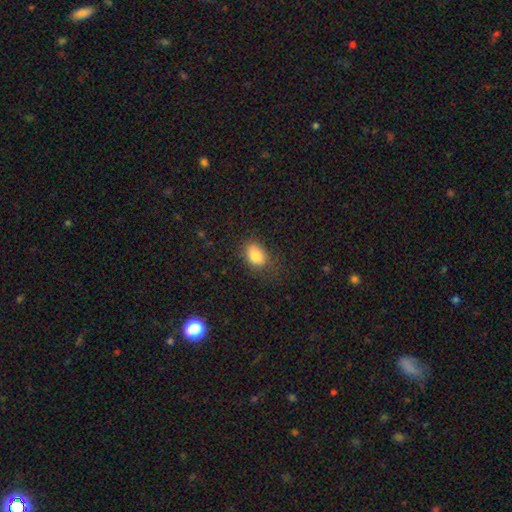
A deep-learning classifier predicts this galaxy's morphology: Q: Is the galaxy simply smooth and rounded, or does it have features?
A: smooth — 83%.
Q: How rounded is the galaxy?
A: in between — 74%.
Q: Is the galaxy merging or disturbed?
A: none — 73%.